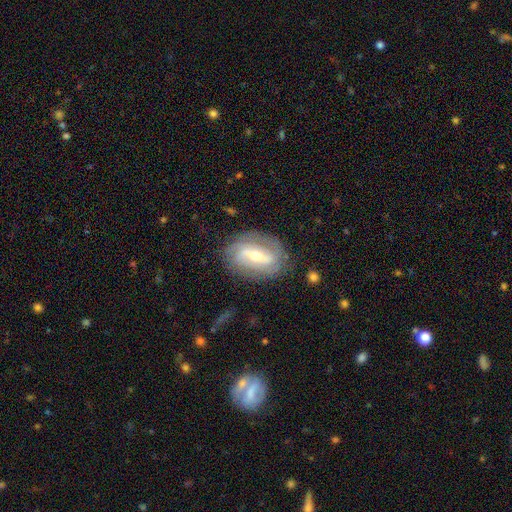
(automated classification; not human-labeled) A featured or disk galaxy (77%) with a strong bar (42%), 2 (55%) tight (44%) spiral arms (84%) and a moderate central bulge (58%).

Vote fractions:
- Smooth or featured? featured or disk: 77% / smooth: 17% / star or artifact: 6%
- Edge-on disk? no: 93% / yes: 7%
- Bar? strong: 42% / weak: 38% / no: 20%
- Spiral arms? yes: 84% / no: 16%
- Spiral winding? tight: 44% / medium: 36% / loose: 20%
- Spiral arm count? 2: 55% / can't tell: 24% / 3: 11% / 1: 4% / 4: 3% / more than 4: 2%
- Bulge size? moderate: 58% / small: 37% / large: 3% / none: 1% / dominant: 1%
- Merging? none: 77% / minor disturbance: 16% / major disturbance: 6% / merger: 2%